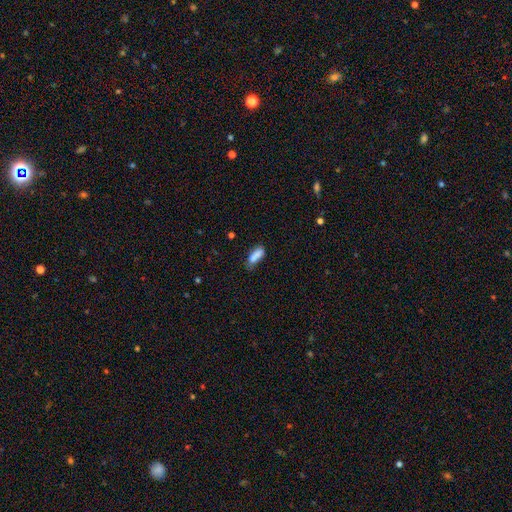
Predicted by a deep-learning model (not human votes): Smooth or featured? smooth (81%)
How rounded? in between (67%)
Merging? none (48%)